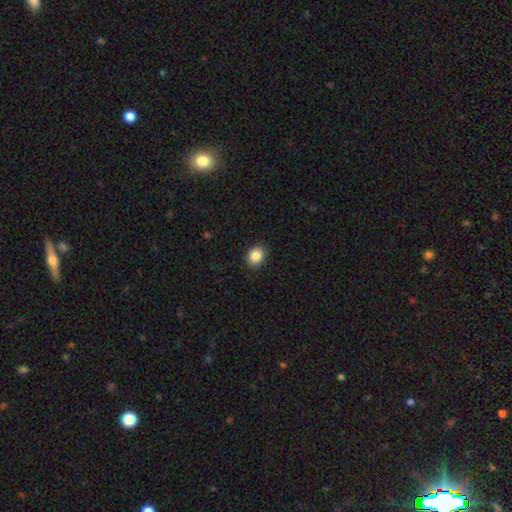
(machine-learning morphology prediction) smooth_or_featured: smooth (p=0.88) [alt: star or artifact p=0.09]
how_rounded: round (p=0.57) [alt: in between p=0.42]
merging: none (p=0.89) [alt: minor disturbance p=0.08]